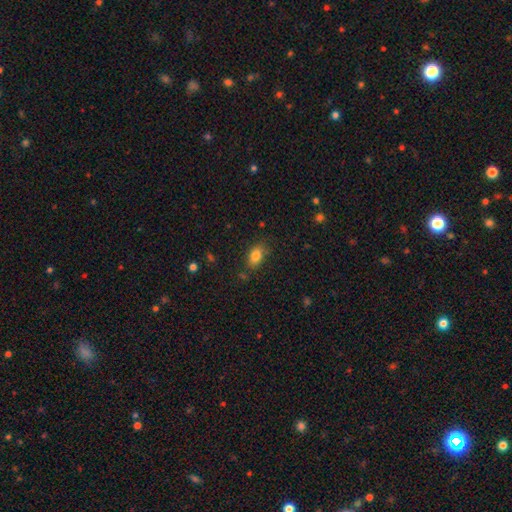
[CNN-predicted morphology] Overall: smooth (82%). How rounded: in between (85%). Merging: none (78%).